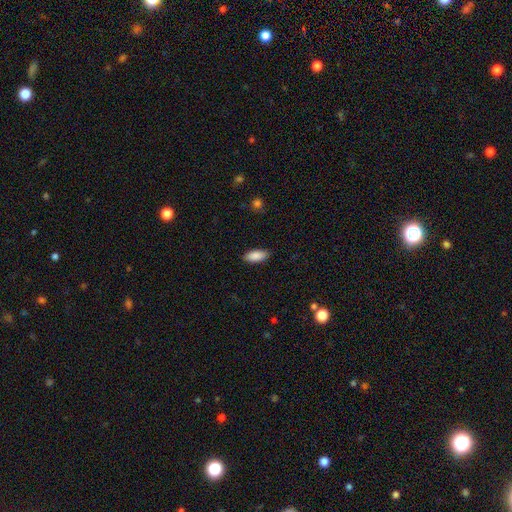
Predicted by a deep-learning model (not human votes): Smooth or featured: smooth — 89% (star or artifact — 6%)
How rounded: in between — 86% (cigar-shaped — 12%)
Merging: none — 87% (minor disturbance — 10%)